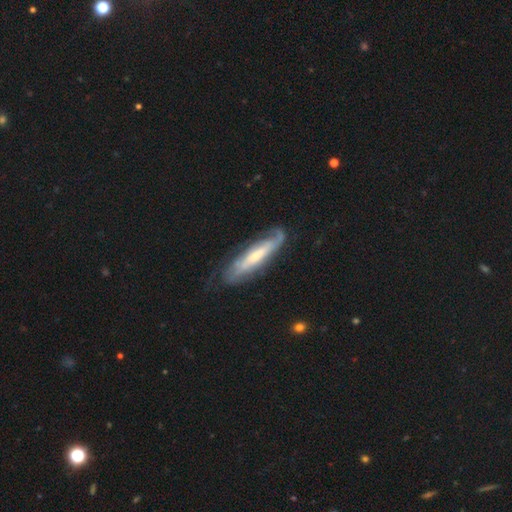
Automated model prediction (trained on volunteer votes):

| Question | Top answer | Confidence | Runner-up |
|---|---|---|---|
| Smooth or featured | featured or disk | 70% | smooth (24%) |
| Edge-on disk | no | 62% | yes (38%) |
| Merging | none | 65% | minor disturbance (22%) |